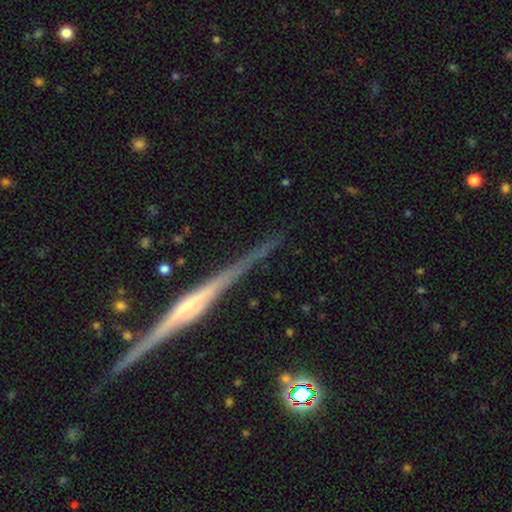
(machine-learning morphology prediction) Overall: featured or disk (84%). Edge-on disk: yes (98%). Edge-on bulge: rounded (51%; boxy 28%). Merging: none (88%).